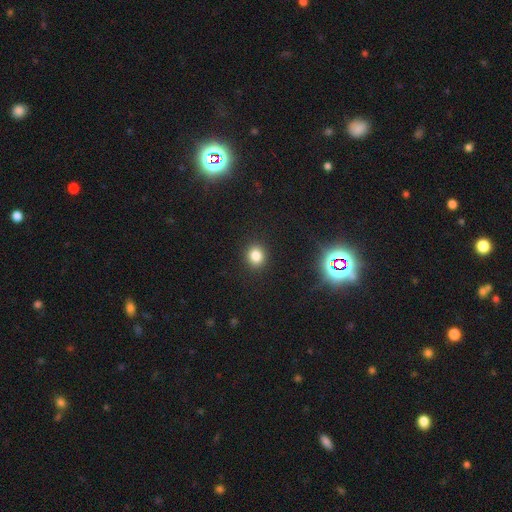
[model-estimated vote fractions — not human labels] Morphology: type=smooth (81%); roundness=round (77%); merging=none (90%).